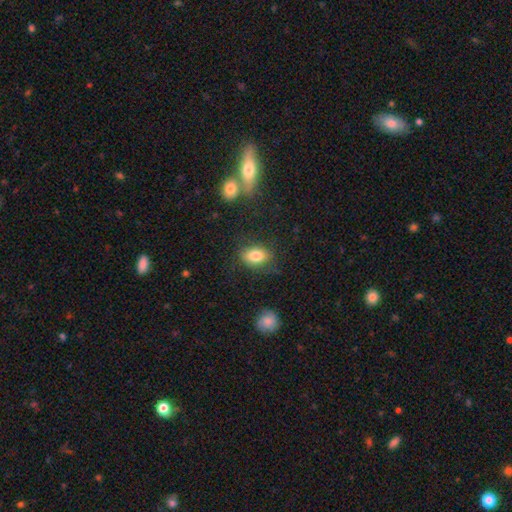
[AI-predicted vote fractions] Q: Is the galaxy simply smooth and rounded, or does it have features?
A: smooth — 82%.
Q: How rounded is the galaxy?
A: in between — 83%.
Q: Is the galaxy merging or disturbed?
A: none — 79%.